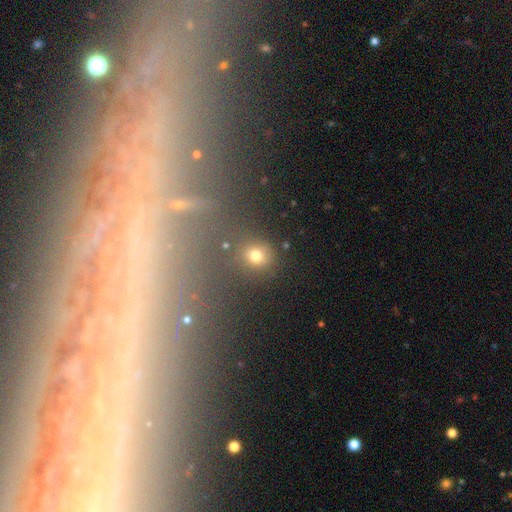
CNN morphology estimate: A smooth galaxy with no disk features (68%) that is round (77%).

Vote fractions:
- Smooth or featured? smooth: 68% / star or artifact: 23% / featured or disk: 9%
- How rounded? round: 77% / in between: 22% / cigar-shaped: 2%
- Merging? none: 74% / minor disturbance: 12% / merger: 8% / major disturbance: 6%